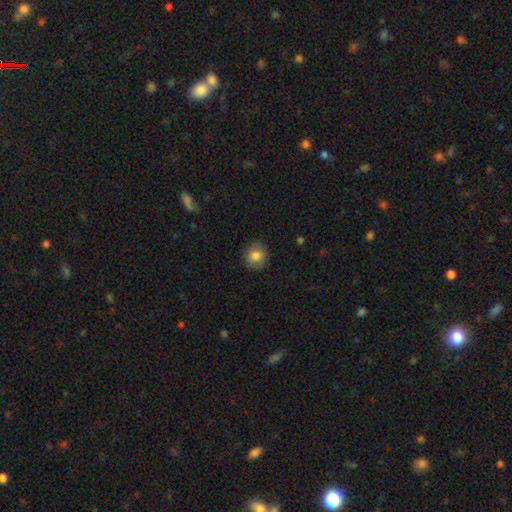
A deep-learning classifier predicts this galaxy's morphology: Overall: smooth (83%). How rounded: round (88%). Merging: none (88%).